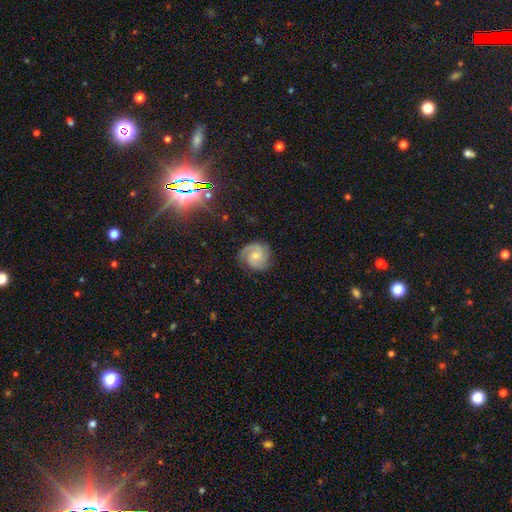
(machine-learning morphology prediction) type=featured or disk (73%); edge-on=no (98%); bar=no (61%); spiral arms=yes (96%); winding=tight (47%); arm count=2 (67%); bulge=small (48%); merging=none (75%).